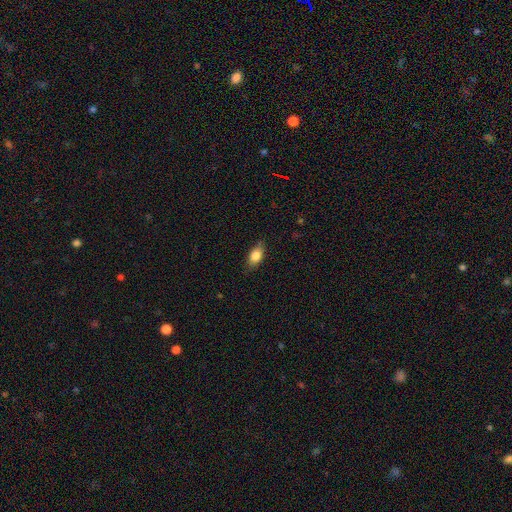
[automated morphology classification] This appears to be a smooth galaxy with no disk features (80%) that is in between round and cigar-shaped (84%). Merging: none (80%).